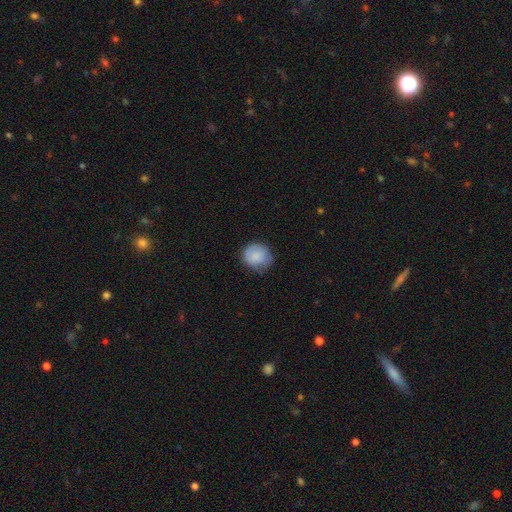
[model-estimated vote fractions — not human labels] smooth 84%, featured or disk 9%, star or artifact 7%. Down the decision tree: how rounded — round (82%); merging — none (68%).